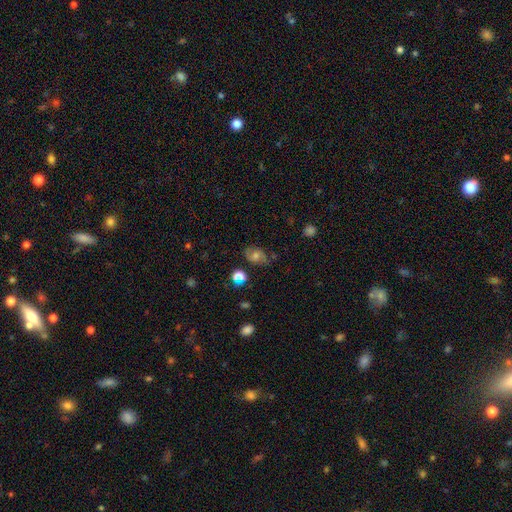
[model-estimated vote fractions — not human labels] A smooth galaxy with no disk features (53%) that is in between round and cigar-shaped (72%).

Vote fractions:
- Smooth or featured? smooth: 53% / featured or disk: 34% / star or artifact: 14%
- How rounded? in between: 72% / round: 27% / cigar-shaped: 2%
- Merging? none: 72% / minor disturbance: 20% / major disturbance: 6% / merger: 3%